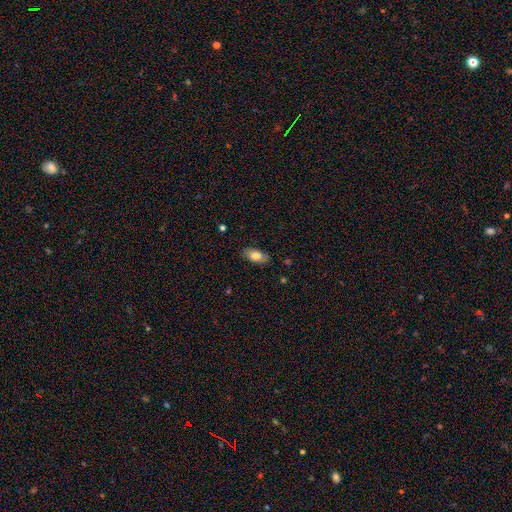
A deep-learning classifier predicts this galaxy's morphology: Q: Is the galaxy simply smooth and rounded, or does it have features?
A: smooth — 78%.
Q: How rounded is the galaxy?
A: in between — 90%.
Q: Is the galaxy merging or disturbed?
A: none — 83%.